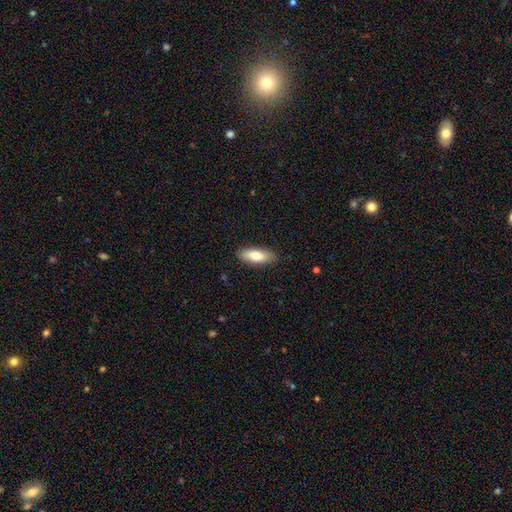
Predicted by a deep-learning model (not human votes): Morphology: type=smooth (78%); roundness=in between (68%); merging=none (88%).